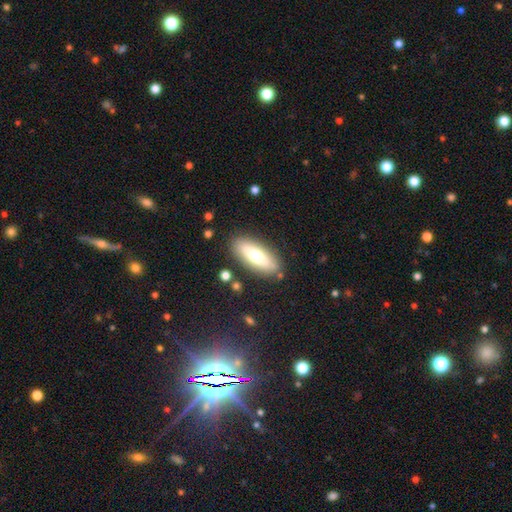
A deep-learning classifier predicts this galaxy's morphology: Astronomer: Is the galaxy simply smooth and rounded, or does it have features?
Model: smooth — 65%.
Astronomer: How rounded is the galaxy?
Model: in between — 73%.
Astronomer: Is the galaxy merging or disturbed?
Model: none — 84%.